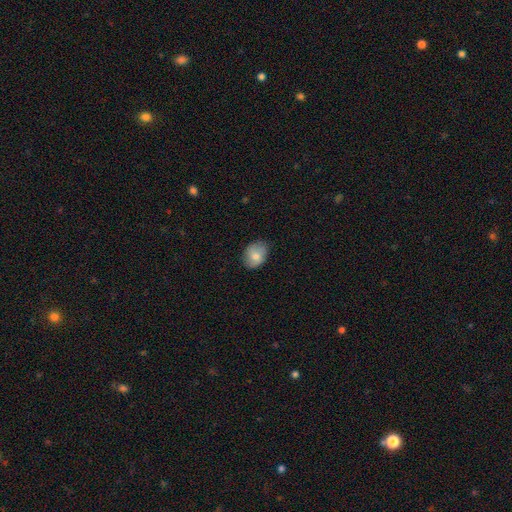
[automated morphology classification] Q: Smooth or featured?
A: smooth (79%); runner-up: featured or disk (14%)
Q: How rounded?
A: in between (71%); runner-up: round (28%)
Q: Merging?
A: none (76%); runner-up: minor disturbance (20%)